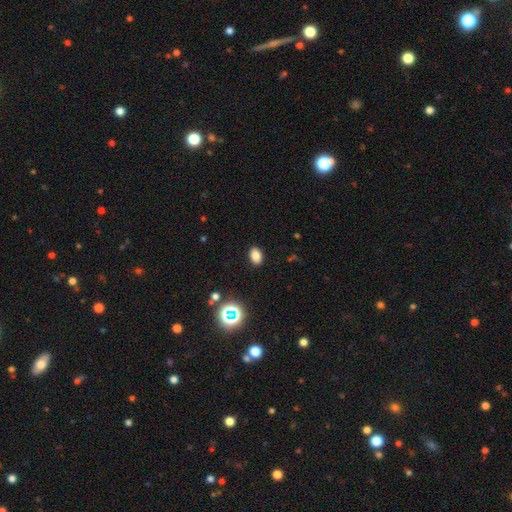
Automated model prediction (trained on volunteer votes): This is likely a smooth galaxy (79%). How rounded: likely in between (80%). Merging: clearly none (89%).